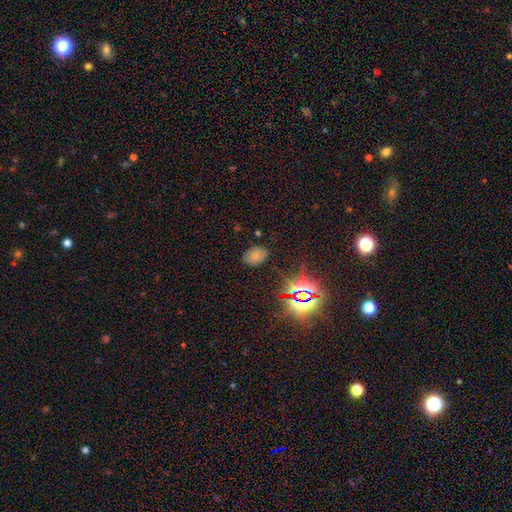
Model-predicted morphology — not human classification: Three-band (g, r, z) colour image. It shows a smooth galaxy with no disk features (65%) that is in between round and cigar-shaped (78%). Merging: none (81%).